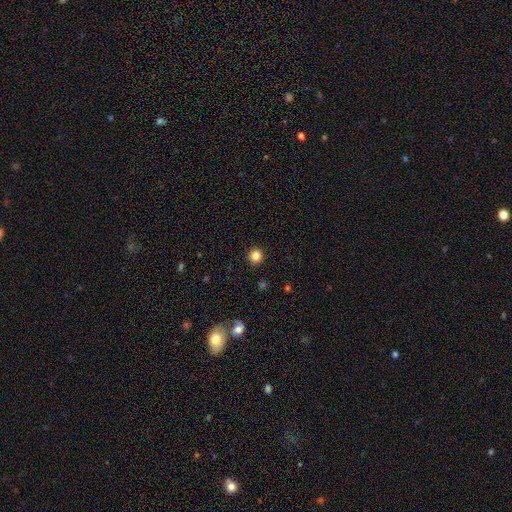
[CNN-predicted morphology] Smooth or featured? smooth (84%)
How rounded? round (94%)
Merging? none (93%)